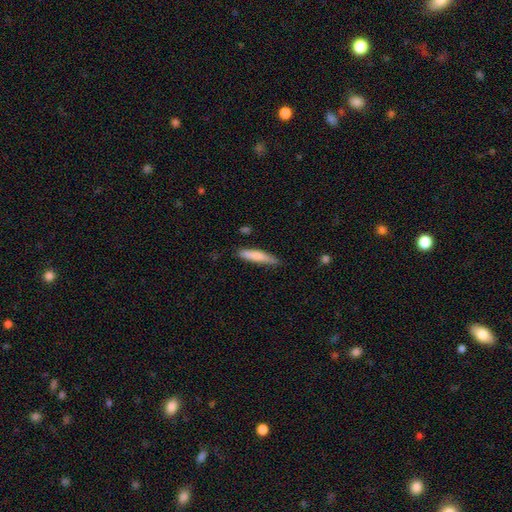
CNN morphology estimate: A smooth galaxy with no disk features (79%) that is cigar-shaped (86%).

Vote fractions:
- Smooth or featured? smooth: 79% / featured or disk: 15% / star or artifact: 6%
- How rounded? cigar-shaped: 86% / in between: 13% / round: 1%
- Merging? none: 75% / minor disturbance: 20% / major disturbance: 3% / merger: 2%